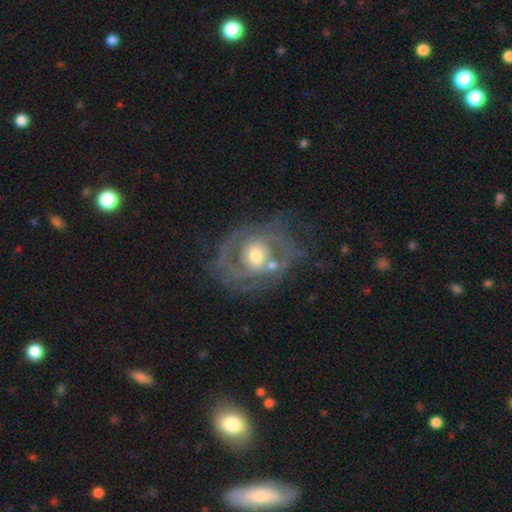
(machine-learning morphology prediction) The model was most divided on "spiral winding": tight: 51%, medium: 37%, loose: 12%. Remaining: edge-on disk — no (97%); spiral arms — yes (88%); smooth or featured — featured or disk (84%); bulge size — moderate (68%); bar — no (61%); merging — none (59%); spiral arm count — 2 (48%).